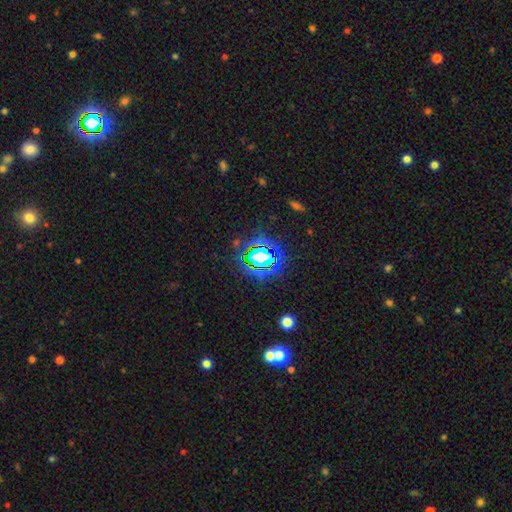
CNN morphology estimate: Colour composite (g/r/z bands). It shows a star or artifact, not a galaxy (74%).